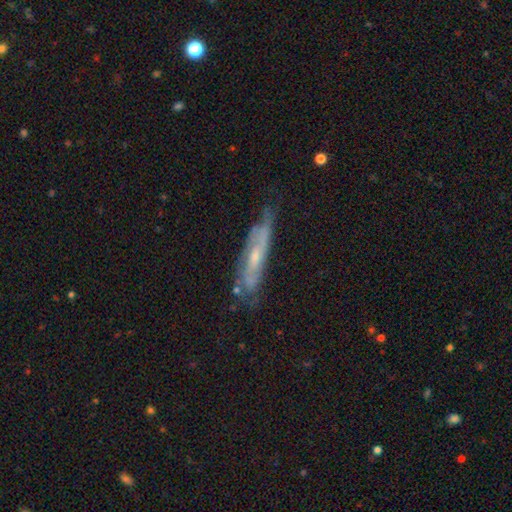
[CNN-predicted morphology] Smooth or featured? featured or disk (71%)
Edge-on disk? no (54%)
Merging? none (64%)